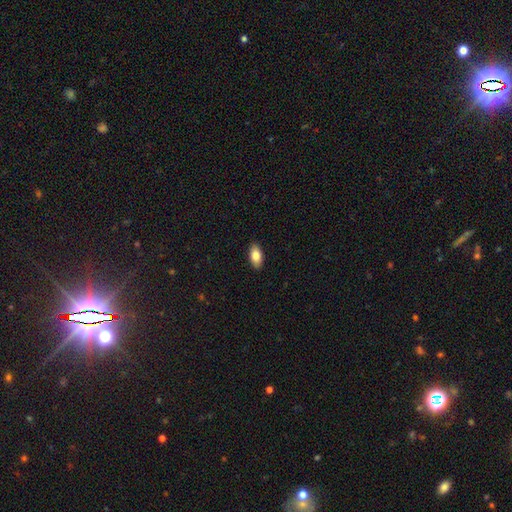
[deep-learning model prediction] Morphology: type=smooth (81%); roundness=in between (91%); merging=none (90%).